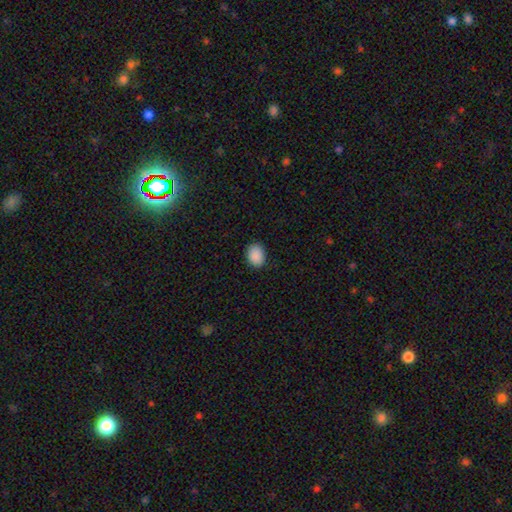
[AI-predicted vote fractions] This is clearly a smooth galaxy (90%). How rounded: possibly in between (60%). Merging: clearly none (88%).